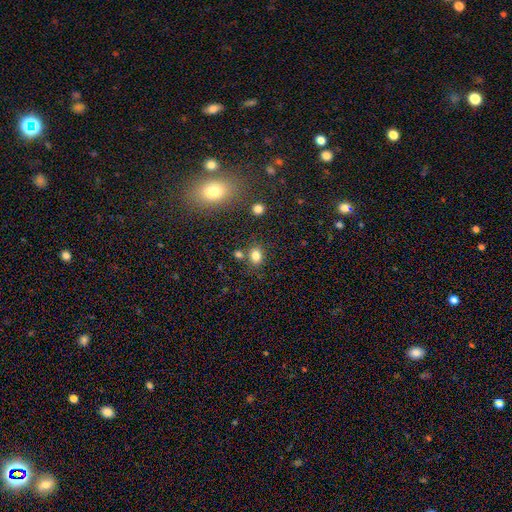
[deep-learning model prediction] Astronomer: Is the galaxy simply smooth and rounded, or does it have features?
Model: smooth — 81%.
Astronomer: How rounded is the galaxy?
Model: round — 54% (runner-up: in between, 45%).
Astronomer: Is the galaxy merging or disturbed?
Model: none — 72%.